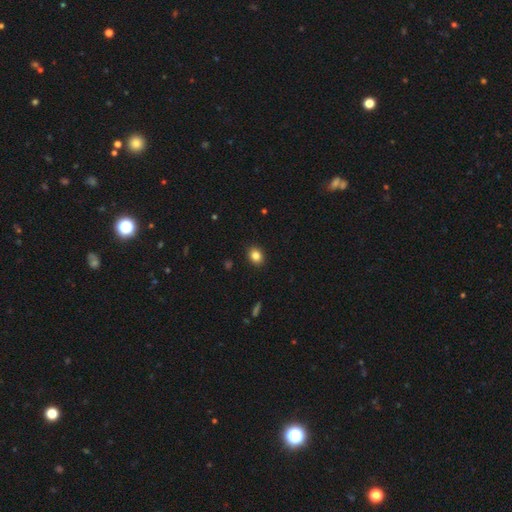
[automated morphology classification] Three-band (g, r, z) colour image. It shows a smooth galaxy with no disk features (85%) that is round (51%). Merging: none (89%).